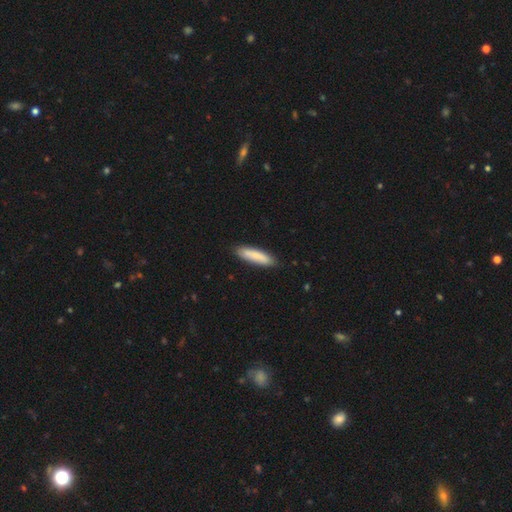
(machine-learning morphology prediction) Smooth or featured? smooth (84%)
How rounded? cigar-shaped (72%)
Merging? none (83%)